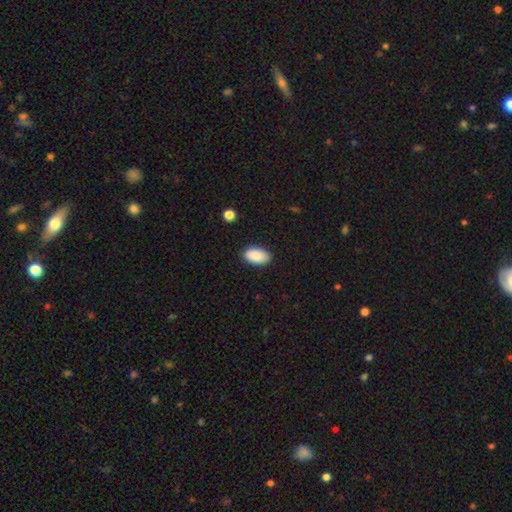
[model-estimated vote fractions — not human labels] Smooth or featured: smooth — 90% (star or artifact — 6%)
How rounded: in between — 95% (round — 4%)
Merging: none — 88% (minor disturbance — 9%)